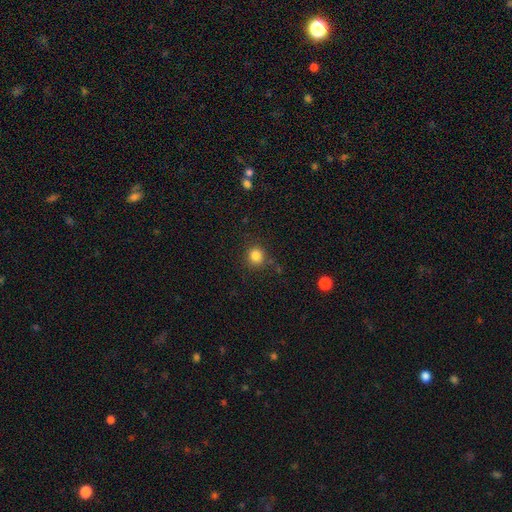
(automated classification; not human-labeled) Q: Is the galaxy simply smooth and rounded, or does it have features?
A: smooth — 84%.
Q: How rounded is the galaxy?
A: round — 89%.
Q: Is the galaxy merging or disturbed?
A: none — 84%.